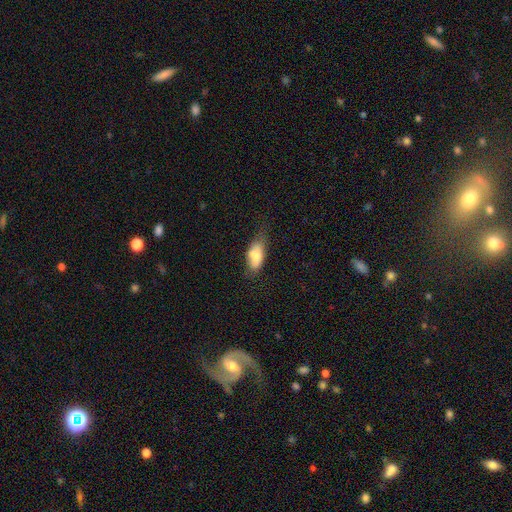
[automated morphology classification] Smooth or featured: smooth — 73% (featured or disk — 20%)
How rounded: in between — 86% (cigar-shaped — 10%)
Merging: none — 44% (minor disturbance — 34%)